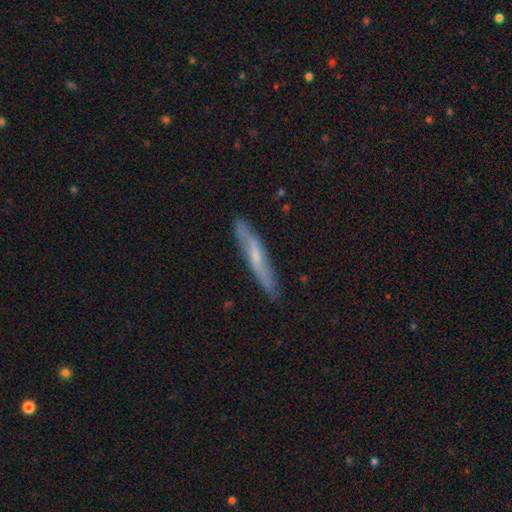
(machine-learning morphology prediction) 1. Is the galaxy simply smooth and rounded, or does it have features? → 58% featured or disk, 35% smooth, 7% star or artifact.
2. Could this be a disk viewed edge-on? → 71% yes, 29% no.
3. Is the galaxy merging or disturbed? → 84% none, 13% minor disturbance, 2% major disturbance, 1% merger.